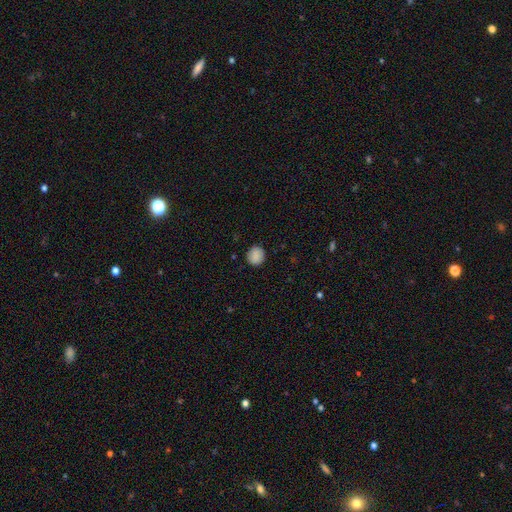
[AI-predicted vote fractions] smooth-or-featured: smooth: 88% | star or artifact: 8% | featured or disk: 4%
  how-rounded: round: 86% | in between: 13% | cigar-shaped: 1%
  merging: none: 86% | minor disturbance: 10% | major disturbance: 2% | merger: 1%